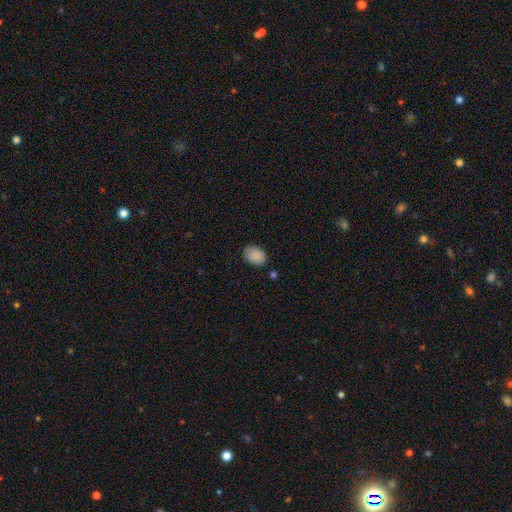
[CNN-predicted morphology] Smooth or featured: smooth — 88% (star or artifact — 7%)
How rounded: in between — 76% (round — 23%)
Merging: none — 80% (minor disturbance — 15%)